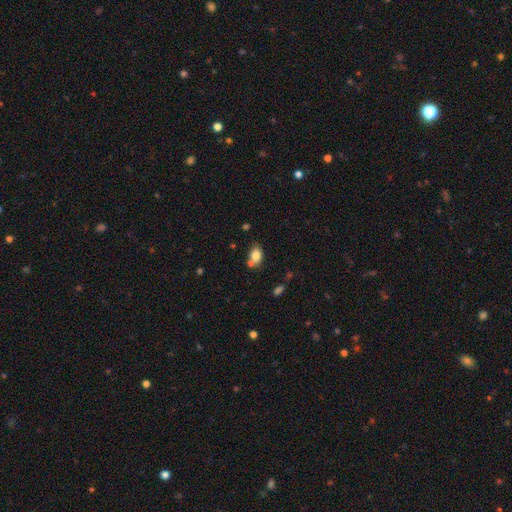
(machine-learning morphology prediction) Overall: smooth (81%). How rounded: in between (78%). Merging: none (56%; merger 24%).